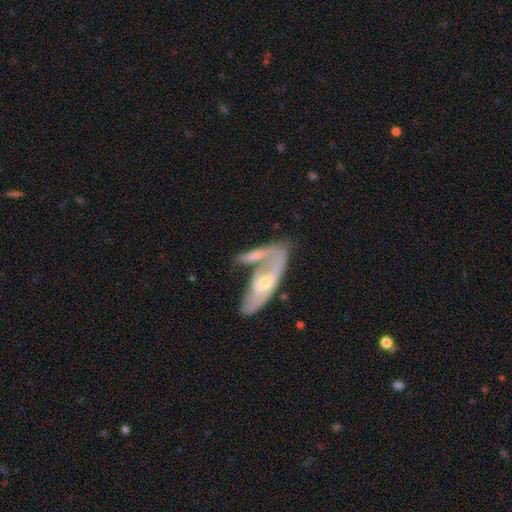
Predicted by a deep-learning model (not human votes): Q: Smooth or featured?
A: featured or disk (49%); runner-up: smooth (46%)
Q: Merging?
A: merger (43%); runner-up: none (30%)